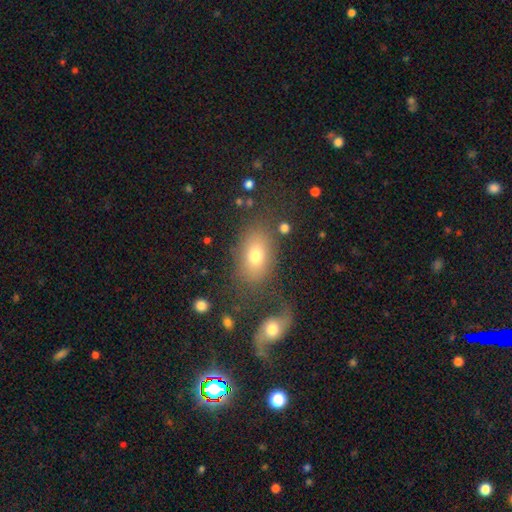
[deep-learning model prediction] A smooth galaxy with no disk features (67%) that is in between round and cigar-shaped (82%).

Vote fractions:
- Smooth or featured? smooth: 67% / featured or disk: 22% / star or artifact: 11%
- How rounded? in between: 82% / round: 16% / cigar-shaped: 2%
- Merging? none: 65% / minor disturbance: 14% / merger: 13% / major disturbance: 8%